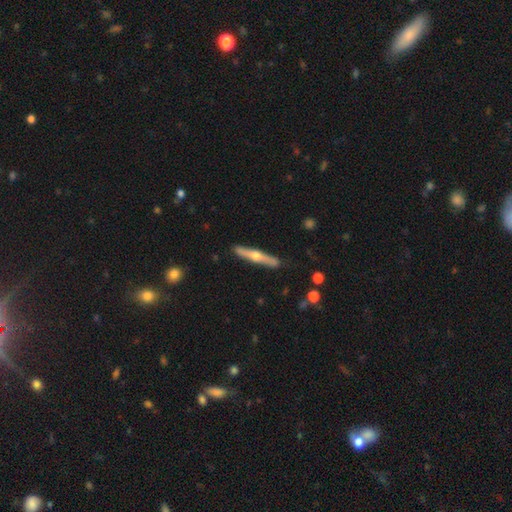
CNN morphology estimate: A featured or disk galaxy (61%) viewed edge-on (95%) with a rounded central bulge (91%).

Vote fractions:
- Smooth or featured? featured or disk: 61% / smooth: 34% / star or artifact: 5%
- Edge-on disk? yes: 95% / no: 5%
- Edge-on bulge? rounded: 91% / none: 6% / boxy: 3%
- Merging? none: 88% / minor disturbance: 8% / major disturbance: 2% / merger: 1%